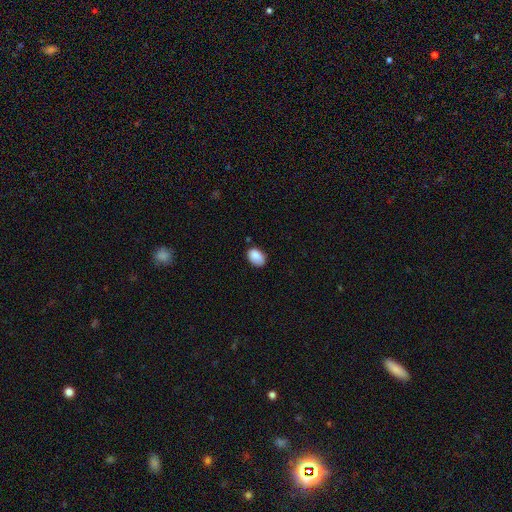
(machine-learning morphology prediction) type=smooth (88%); roundness=in between (86%); merging=none (72%).